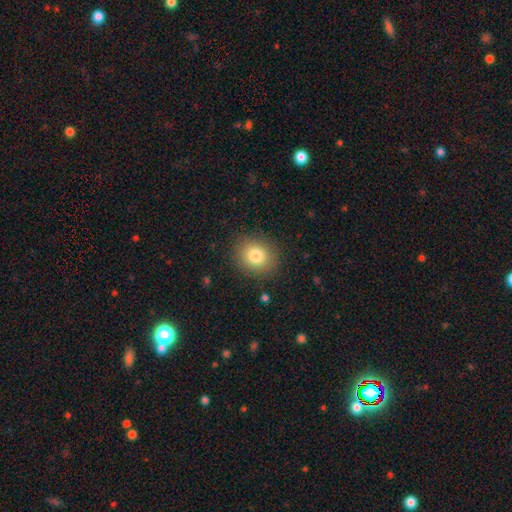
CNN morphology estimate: This is clearly a smooth galaxy (81%). How rounded: likely round (71%). Merging: clearly none (88%).